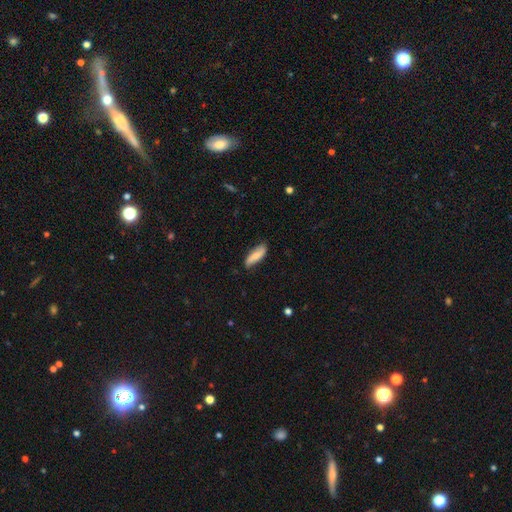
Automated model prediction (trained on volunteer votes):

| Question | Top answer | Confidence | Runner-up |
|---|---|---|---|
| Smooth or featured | smooth | 66% | featured or disk (28%) |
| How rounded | in between | 56% | cigar-shaped (42%) |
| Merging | none | 76% | minor disturbance (20%) |